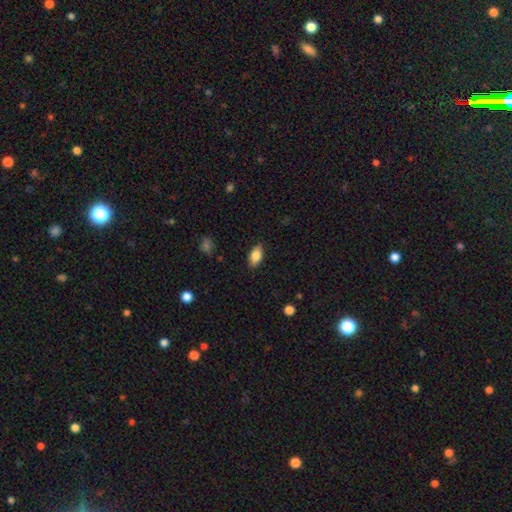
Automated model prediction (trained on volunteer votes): A smooth galaxy with no disk features (81%) that is in between round and cigar-shaped (90%).

Vote fractions:
- Smooth or featured? smooth: 81% / featured or disk: 11% / star or artifact: 7%
- How rounded? in between: 90% / cigar-shaped: 6% / round: 4%
- Merging? none: 86% / minor disturbance: 11% / major disturbance: 2% / merger: 1%